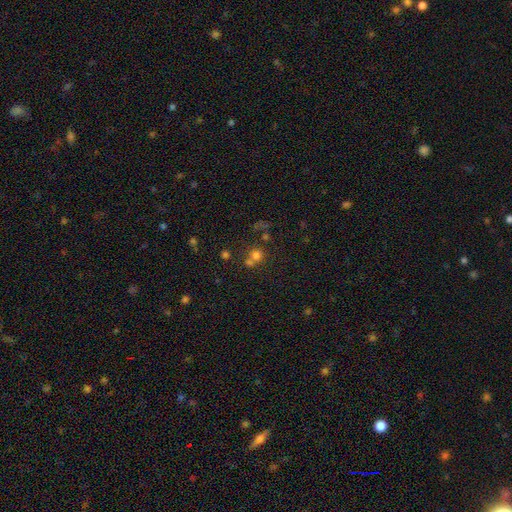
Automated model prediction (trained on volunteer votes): A smooth galaxy with no disk features (69%) that is round (88%). Merging: none (52%).